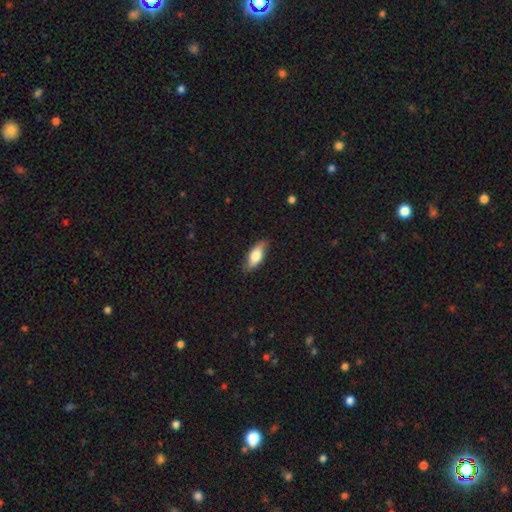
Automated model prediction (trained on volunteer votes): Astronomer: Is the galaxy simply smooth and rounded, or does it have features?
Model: smooth — 68%.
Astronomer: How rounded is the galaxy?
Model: in between — 73%.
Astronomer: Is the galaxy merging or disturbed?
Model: none — 80%.